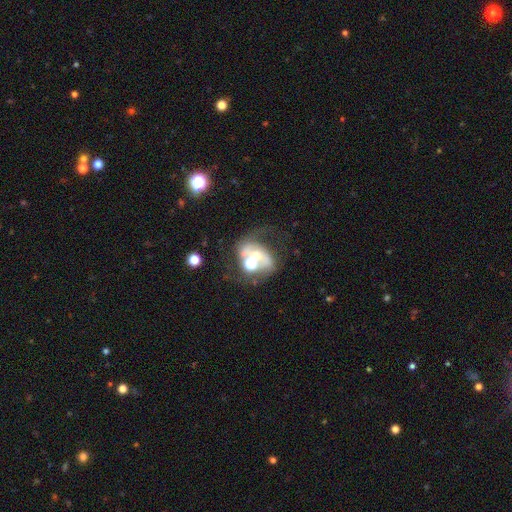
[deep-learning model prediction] Smooth or featured? Predicted: featured or disk (p=0.62). Edge-on disk? Predicted: no (p=0.97). Bar? Predicted: no (p=0.67). Spiral arms? Predicted: yes (p=0.61). Bulge size? Predicted: moderate (p=0.55). Merging? Predicted: merger (p=0.36).